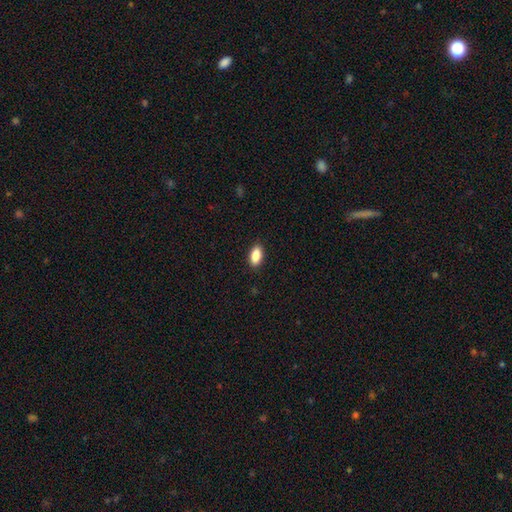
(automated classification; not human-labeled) A smooth galaxy with no disk features (89%) that is in between round and cigar-shaped (91%). Merging: none (89%).